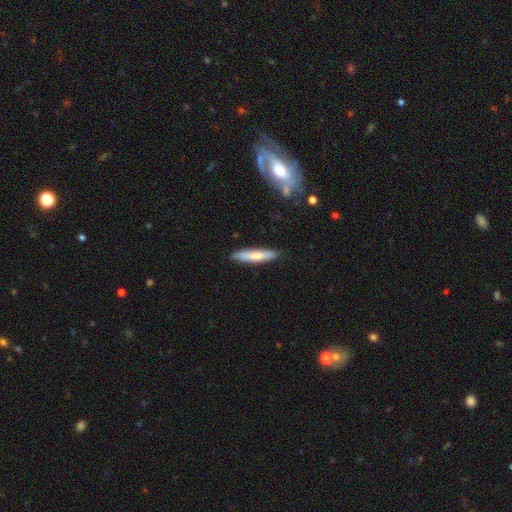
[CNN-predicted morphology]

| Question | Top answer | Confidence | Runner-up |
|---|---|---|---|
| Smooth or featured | smooth | 71% | featured or disk (24%) |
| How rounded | cigar-shaped | 82% | in between (16%) |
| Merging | none | 87% | minor disturbance (10%) |